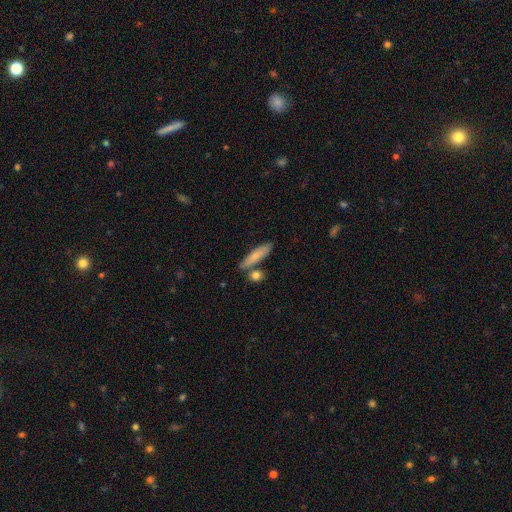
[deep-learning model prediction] Morphology: type=smooth (77%); roundness=cigar-shaped (72%); merging=none (72%).